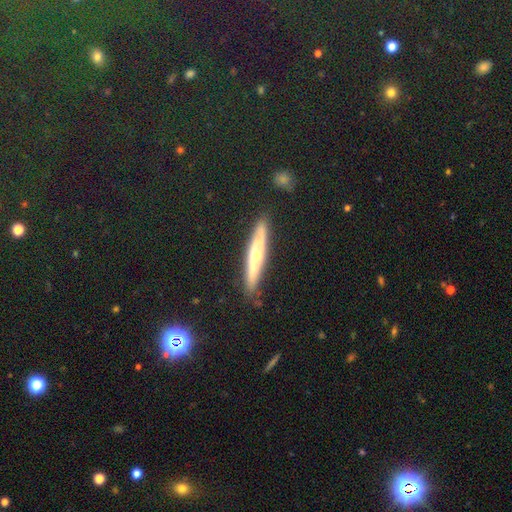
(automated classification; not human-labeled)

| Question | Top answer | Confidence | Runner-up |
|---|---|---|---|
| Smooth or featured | featured or disk | 57% | smooth (31%) |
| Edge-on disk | yes | 84% | no (16%) |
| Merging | none | 86% | minor disturbance (10%) |